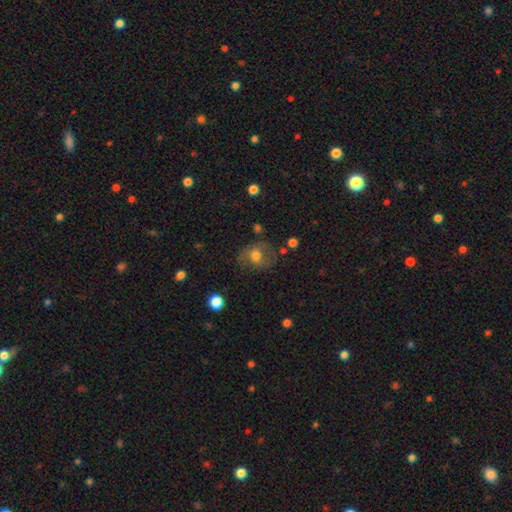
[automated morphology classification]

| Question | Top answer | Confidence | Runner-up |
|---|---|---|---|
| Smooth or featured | smooth | 63% | featured or disk (27%) |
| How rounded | round | 57% | in between (42%) |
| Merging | none | 57% | minor disturbance (24%) |